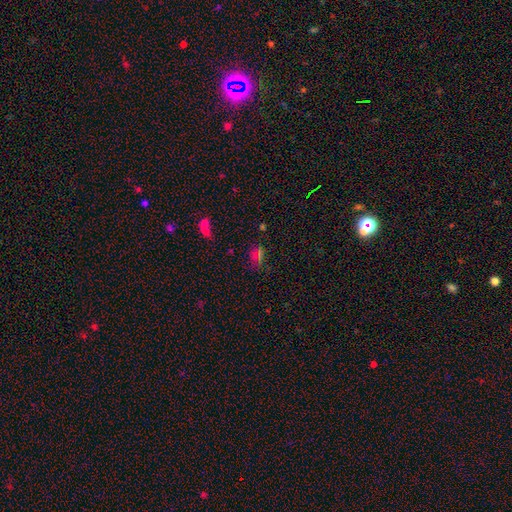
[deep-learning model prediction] This is possibly a smooth galaxy (48%). Merging: possibly none (54%).